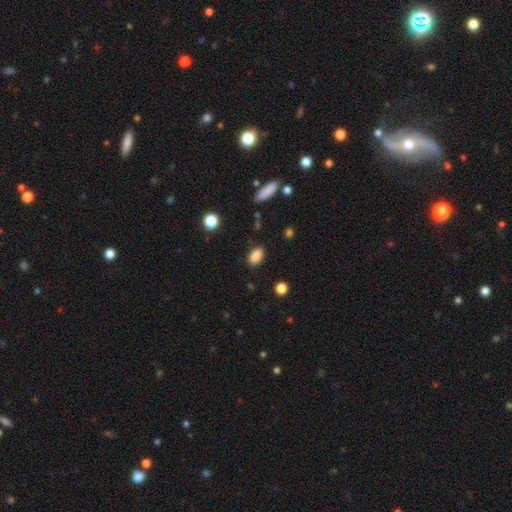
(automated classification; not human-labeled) A smooth galaxy with no disk features (88%) that is in between round and cigar-shaped (89%). Merging: none (85%).